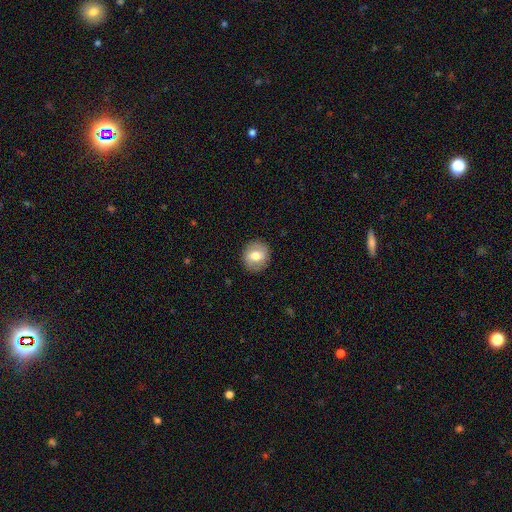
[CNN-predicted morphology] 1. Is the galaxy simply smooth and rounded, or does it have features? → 68% smooth, 24% featured or disk, 8% star or artifact.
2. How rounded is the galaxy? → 79% round, 20% in between, 1% cigar-shaped.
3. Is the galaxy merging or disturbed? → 88% none, 8% minor disturbance, 3% major disturbance, 1% merger.